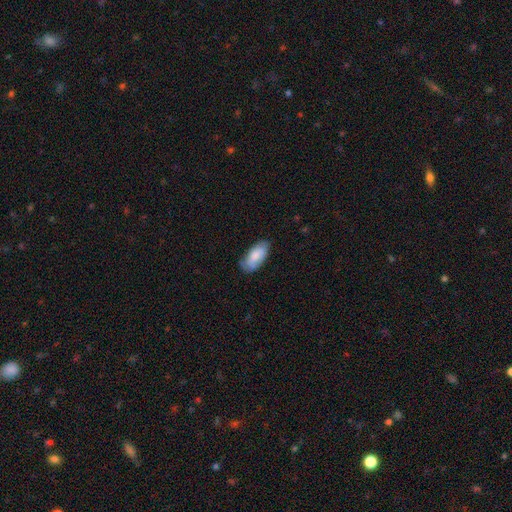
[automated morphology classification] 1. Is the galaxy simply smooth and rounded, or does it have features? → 77% smooth, 18% featured or disk, 6% star or artifact.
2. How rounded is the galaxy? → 92% in between, 6% cigar-shaped, 2% round.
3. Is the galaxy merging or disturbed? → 71% none, 23% minor disturbance, 4% major disturbance, 1% merger.